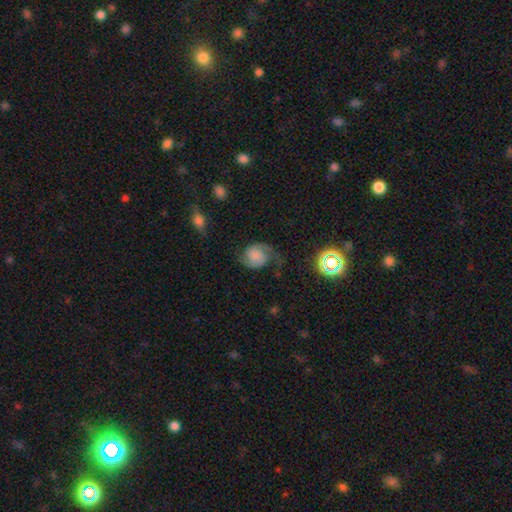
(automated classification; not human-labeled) This is likely a featured or disk galaxy (68%). It is clearly not viewed edge-on (98%). Bar: likely no (69%). Spiral arm pattern: clearly yes (95%). Spiral arm count: clearly 2 (87%). Spiral winding: marginally medium (44%). Central bulge: possibly none (48%). Merging: possibly none (58%).